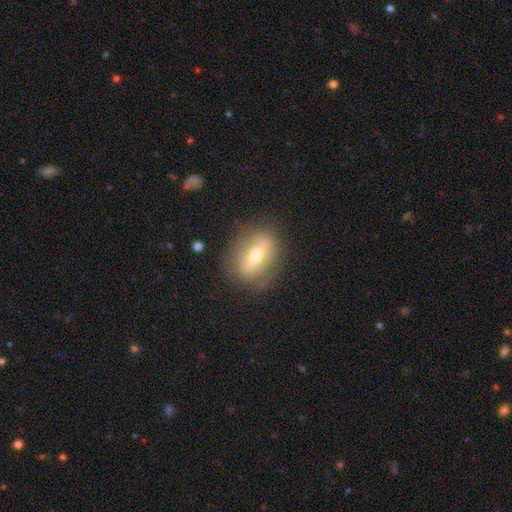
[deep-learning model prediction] Q: Smooth or featured?
A: featured or disk (51%); runner-up: smooth (41%)
Q: Edge-on disk?
A: no (65%); runner-up: yes (35%)
Q: Merging?
A: none (81%); runner-up: minor disturbance (13%)